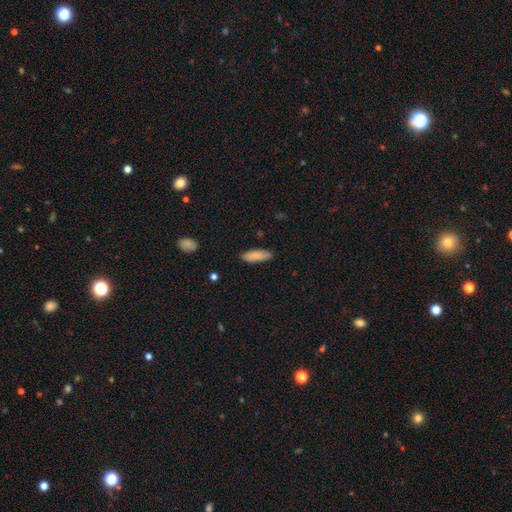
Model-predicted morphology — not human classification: Smooth or featured? Predicted: smooth (p=0.86). How rounded? Predicted: in between (p=0.60). Merging? Predicted: none (p=0.85).